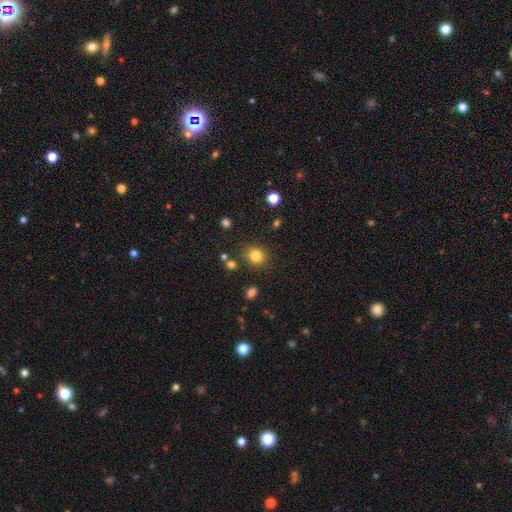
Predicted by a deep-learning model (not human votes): Morphology: type=smooth (81%); roundness=round (71%); merging=none (85%).